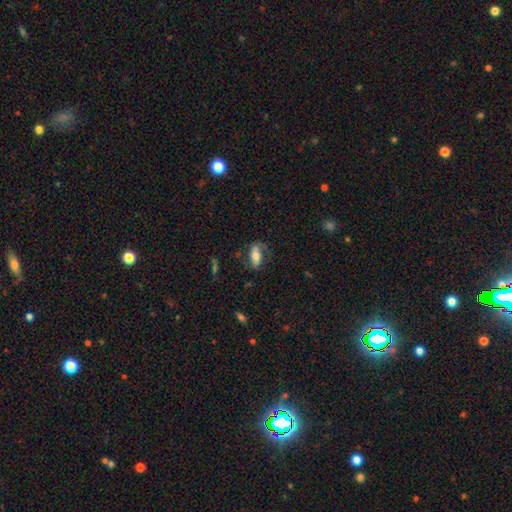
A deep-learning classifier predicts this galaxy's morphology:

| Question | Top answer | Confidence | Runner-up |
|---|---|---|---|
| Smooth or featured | smooth | 55% | featured or disk (38%) |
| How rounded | in between | 85% | cigar-shaped (11%) |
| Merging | none | 62% | minor disturbance (22%) |